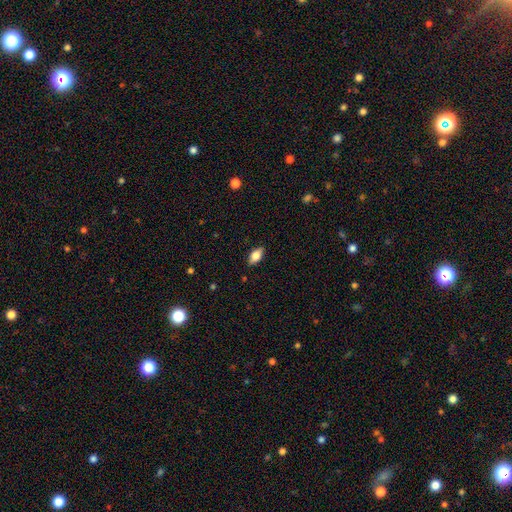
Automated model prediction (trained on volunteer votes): smooth-or-featured: smooth: 73% | featured or disk: 19% | star or artifact: 8%
  how-rounded: in between: 88% | cigar-shaped: 8% | round: 4%
  merging: none: 86% | minor disturbance: 11% | major disturbance: 2% | merger: 1%